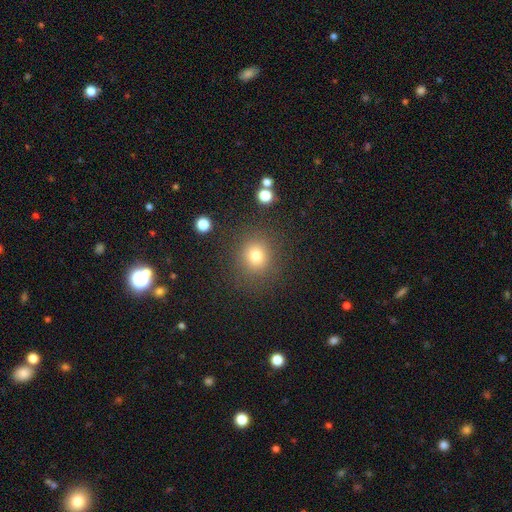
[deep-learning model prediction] A smooth galaxy with no disk features (77%) that is round (86%). Merging: none (85%).